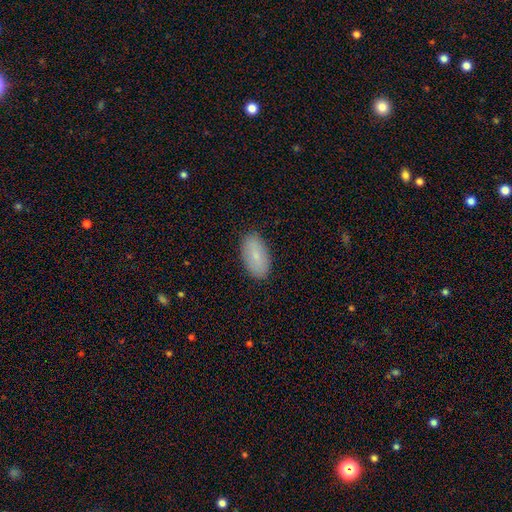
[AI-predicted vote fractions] Smooth or featured?
  - smooth: 79% *
  - featured or disk: 14%
  - star or artifact: 7%
How rounded?
  - in between: 94% *
  - round: 3%
  - cigar-shaped: 3%
Merging?
  - none: 88% *
  - minor disturbance: 9%
  - major disturbance: 2%
  - merger: 1%